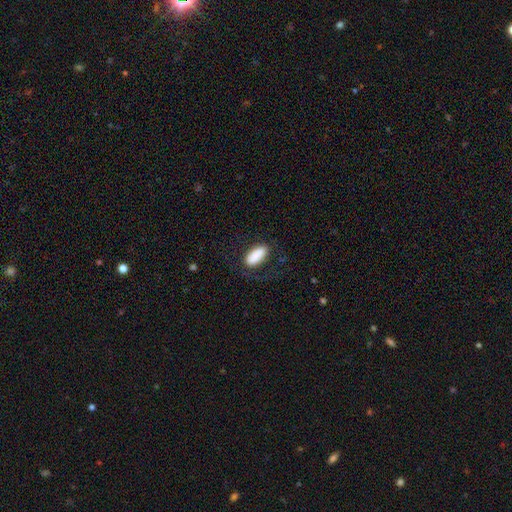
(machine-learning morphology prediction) The model was most divided on "merging": none: 73%, minor disturbance: 16%, major disturbance: 10%, merger: 1%. More confident: how rounded — in between (92%); smooth or featured — smooth (88%).